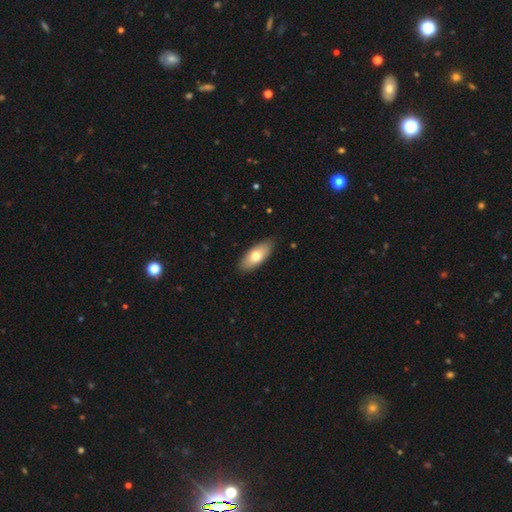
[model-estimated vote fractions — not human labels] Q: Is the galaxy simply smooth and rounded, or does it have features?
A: smooth — 72%.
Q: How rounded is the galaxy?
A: in between — 84%.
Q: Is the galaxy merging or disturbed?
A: none — 88%.